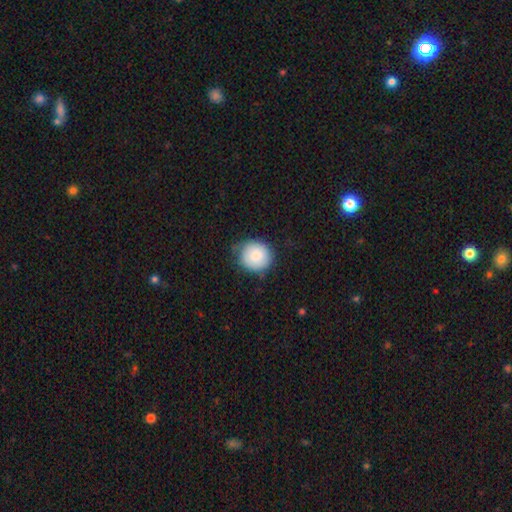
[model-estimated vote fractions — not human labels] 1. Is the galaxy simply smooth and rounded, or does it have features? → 83% smooth, 11% featured or disk, 7% star or artifact.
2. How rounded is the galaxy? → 87% round, 12% in between, 1% cigar-shaped.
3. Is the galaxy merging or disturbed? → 71% none, 23% minor disturbance, 5% major disturbance, 1% merger.